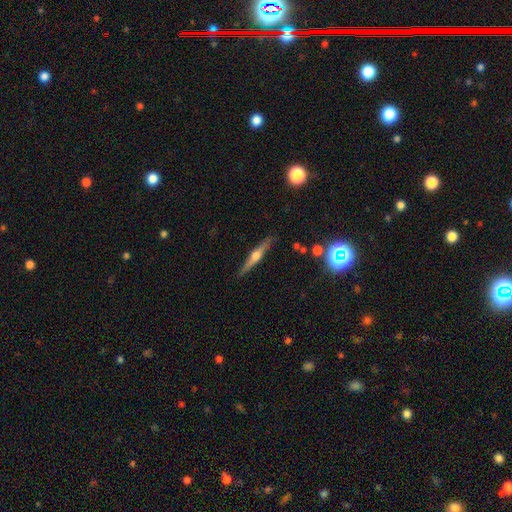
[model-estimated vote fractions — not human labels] smooth_or_featured: featured or disk (p=0.66) [alt: smooth p=0.27]
disk_edge_on: yes (p=0.97) [alt: no p=0.03]
edge_on_bulge: rounded (p=0.90) [alt: boxy p=0.05]
merging: none (p=0.88) [alt: minor disturbance p=0.09]